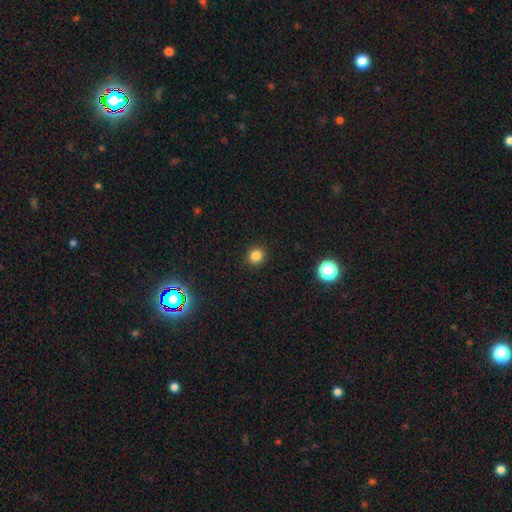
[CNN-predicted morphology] A smooth galaxy with no disk features (82%) that is round (92%). Merging: none (92%).